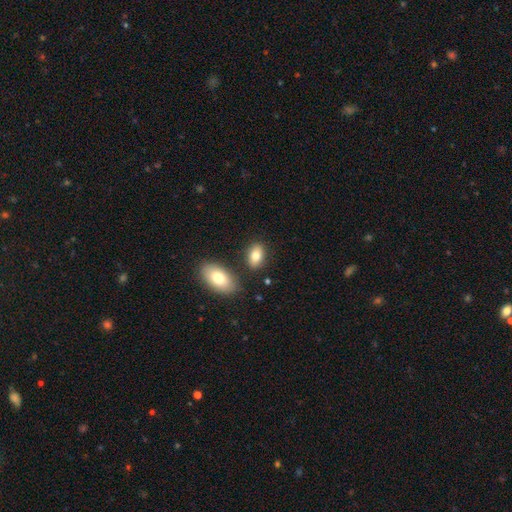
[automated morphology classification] Overall: smooth (80%). How rounded: in between (90%). Merging: none (78%).